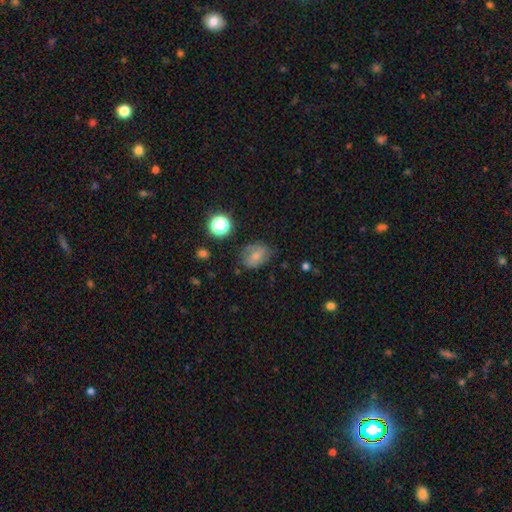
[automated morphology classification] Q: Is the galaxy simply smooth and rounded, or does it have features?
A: smooth — 63%.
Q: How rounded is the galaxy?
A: in between — 60%.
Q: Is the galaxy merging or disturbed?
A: none — 61%.